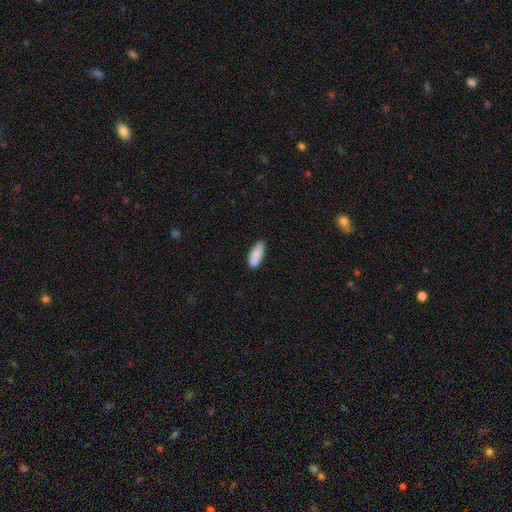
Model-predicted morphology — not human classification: Smooth or featured? smooth (88%)
How rounded? in between (84%)
Merging? none (69%)